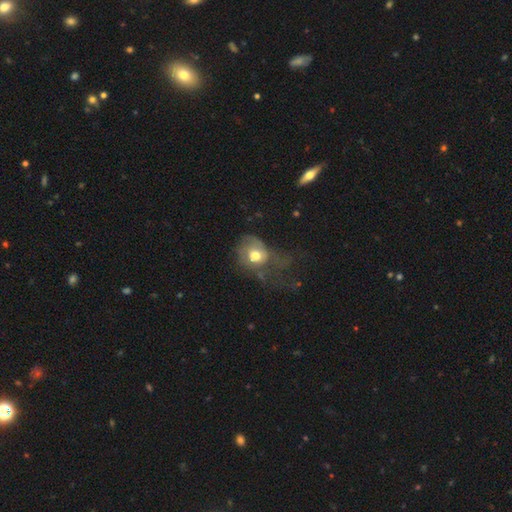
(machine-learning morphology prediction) Overall: smooth (60%; featured or disk 30%). How rounded: round (58%; in between 41%). Merging: major disturbance (53%; minor disturbance 22%).